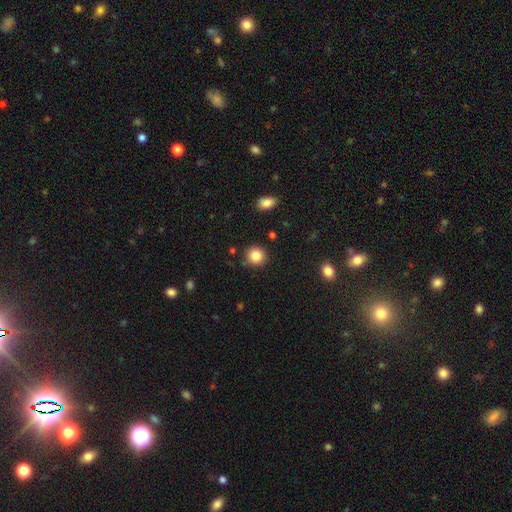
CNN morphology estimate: smooth_or_featured: smooth (p=0.85) [alt: star or artifact p=0.10]
how_rounded: round (p=0.91) [alt: in between p=0.08]
merging: none (p=0.87) [alt: minor disturbance p=0.08]